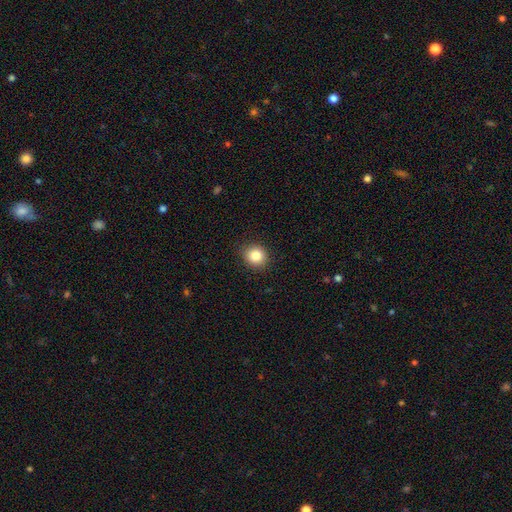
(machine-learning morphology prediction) Smooth or featured: smooth — 85% (star or artifact — 10%)
How rounded: round — 82% (in between — 17%)
Merging: none — 89% (minor disturbance — 8%)